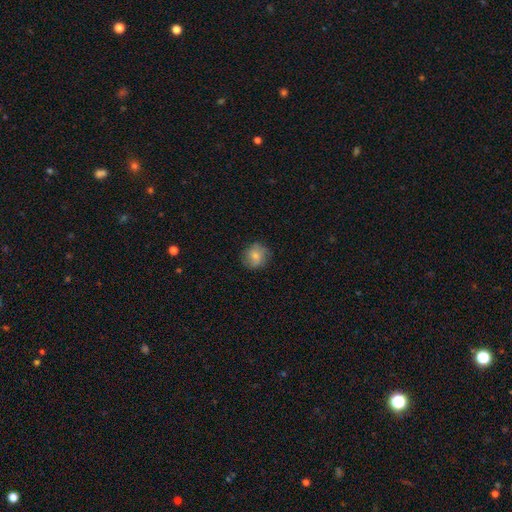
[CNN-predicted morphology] Smooth or featured?
  - smooth: 72% *
  - featured or disk: 19%
  - star or artifact: 9%
How rounded?
  - round: 83% *
  - in between: 16%
  - cigar-shaped: 1%
Merging?
  - none: 78% *
  - minor disturbance: 17%
  - major disturbance: 4%
  - merger: 1%